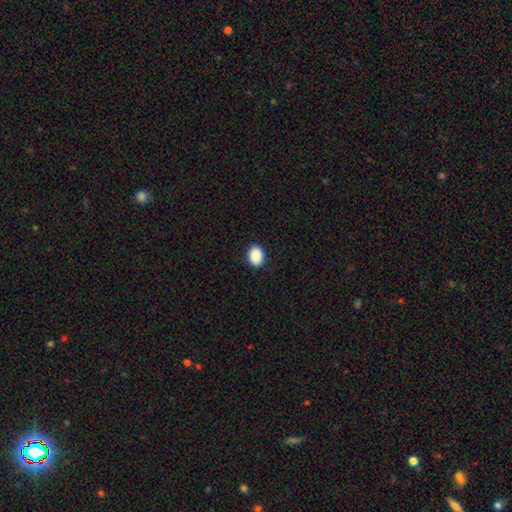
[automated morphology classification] smooth 90%, star or artifact 7%, featured or disk 2%. Down the decision tree: how rounded — in between (67%); merging — none (89%).